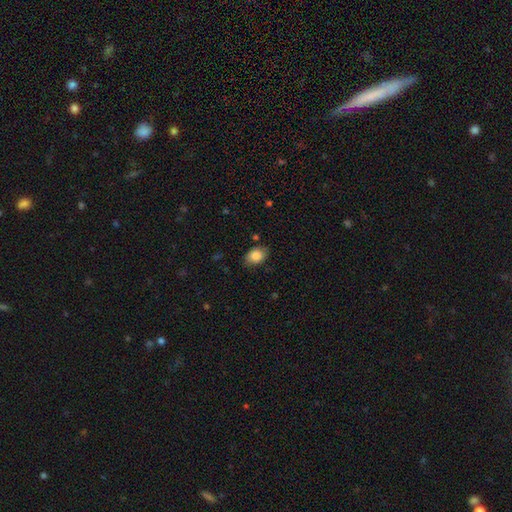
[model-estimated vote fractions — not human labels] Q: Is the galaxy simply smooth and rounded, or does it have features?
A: smooth — 83%.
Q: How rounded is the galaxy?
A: in between — 80%.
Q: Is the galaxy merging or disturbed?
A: none — 82%.